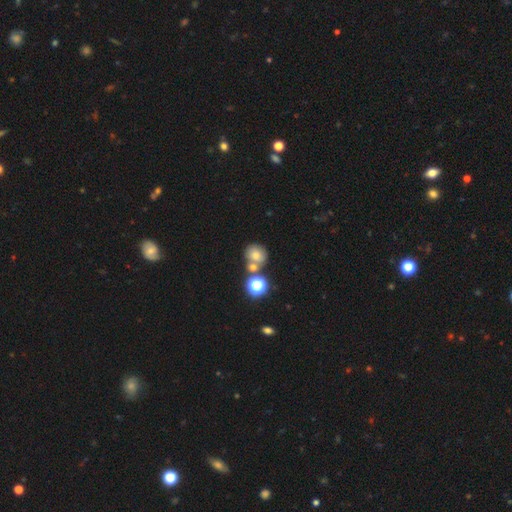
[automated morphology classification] Smooth or featured: smooth — 61% (star or artifact — 24%)
How rounded: round — 82% (in between — 17%)
Merging: none — 59% (merger — 26%)